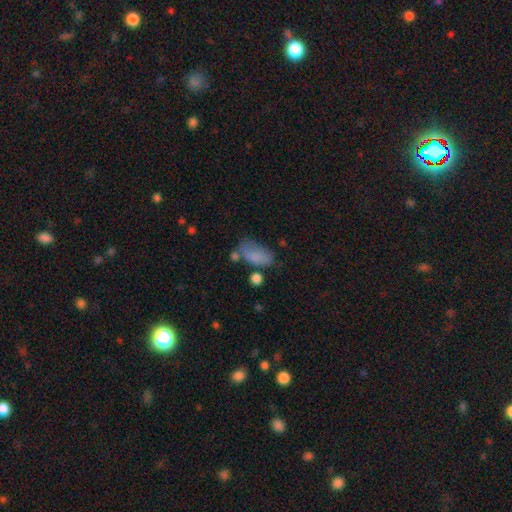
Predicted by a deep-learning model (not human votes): Smooth or featured? smooth (77%)
How rounded? in between (91%)
Merging? none (41%)